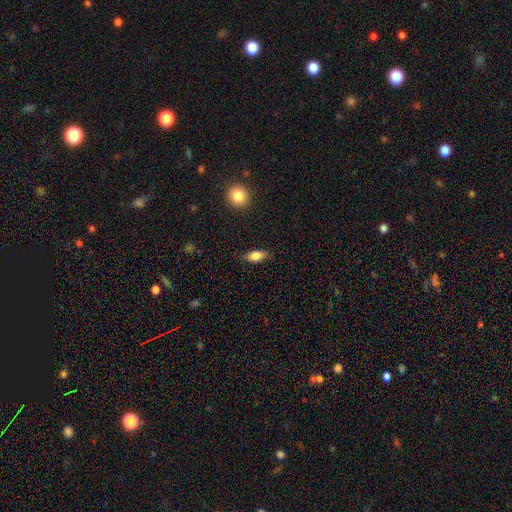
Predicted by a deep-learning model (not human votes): smooth 80%, featured or disk 13%, star or artifact 7%. Down the decision tree: how rounded — in between (84%); merging — none (85%).